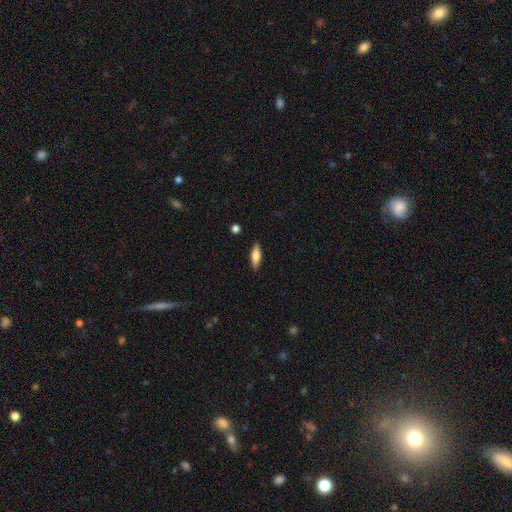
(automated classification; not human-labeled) smooth-or-featured: smooth: 68% | featured or disk: 26% | star or artifact: 6%
  how-rounded: in between: 51% | cigar-shaped: 46% | round: 2%
  merging: none: 88% | minor disturbance: 9% | major disturbance: 2% | merger: 1%